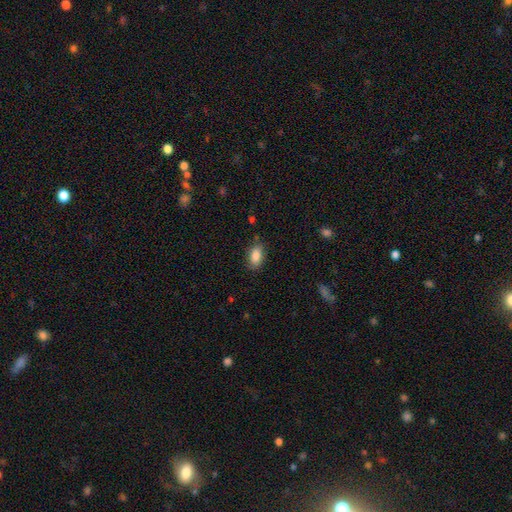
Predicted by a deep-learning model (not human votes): Q: Smooth or featured?
A: smooth (87%); runner-up: star or artifact (7%)
Q: How rounded?
A: in between (91%); runner-up: round (6%)
Q: Merging?
A: none (83%); runner-up: minor disturbance (13%)